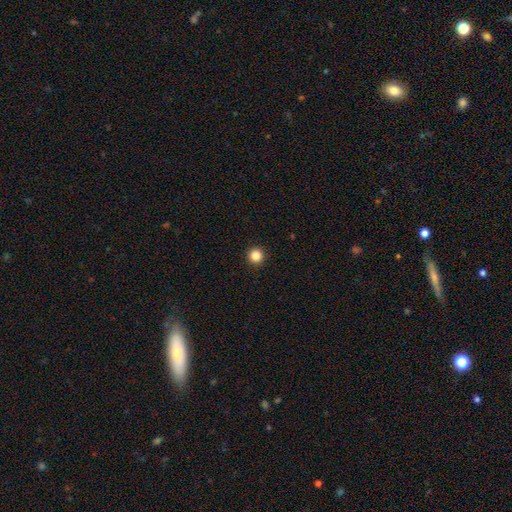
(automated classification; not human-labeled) Morphology: type=smooth (85%); roundness=round (96%); merging=none (94%).